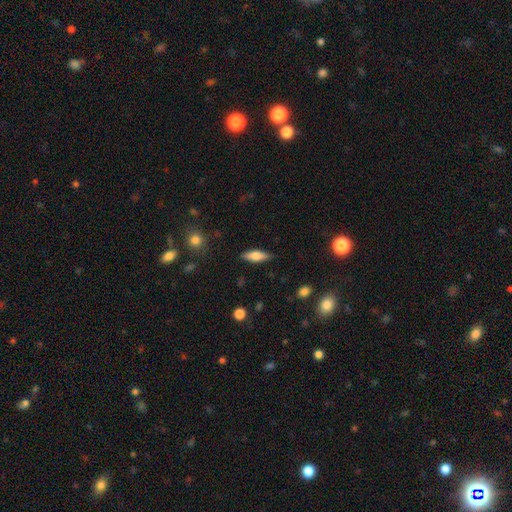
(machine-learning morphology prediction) smooth 60%, featured or disk 34%, star or artifact 7%. Down the decision tree: how rounded — in between (52%); merging — none (86%).